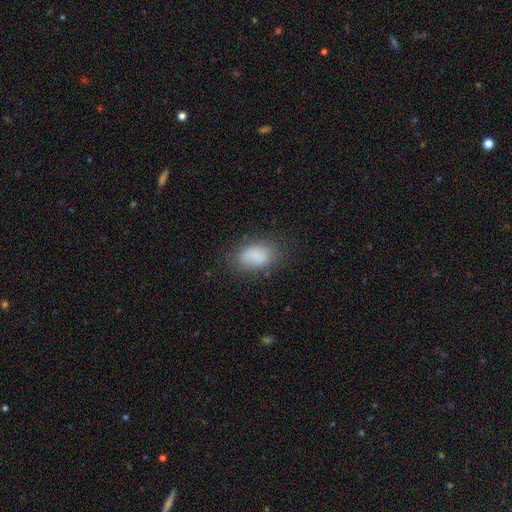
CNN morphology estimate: Q: Smooth or featured?
A: smooth (84%); runner-up: star or artifact (9%)
Q: How rounded?
A: in between (84%); runner-up: round (14%)
Q: Merging?
A: none (73%); runner-up: minor disturbance (18%)